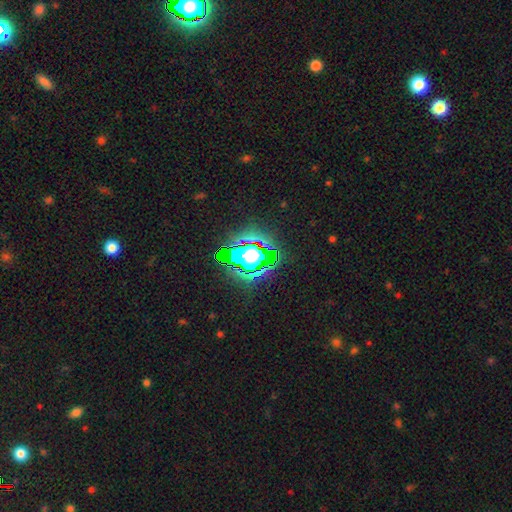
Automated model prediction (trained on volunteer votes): The model was most divided on "smooth or featured": star or artifact: 81%, smooth: 12%, featured or disk: 8%.